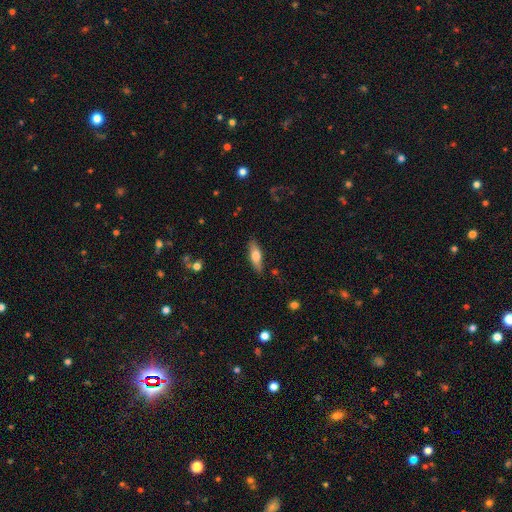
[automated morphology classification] Smooth or featured: smooth — 63% (featured or disk — 30%)
How rounded: in between — 52% (cigar-shaped — 46%)
Merging: none — 84% (minor disturbance — 12%)